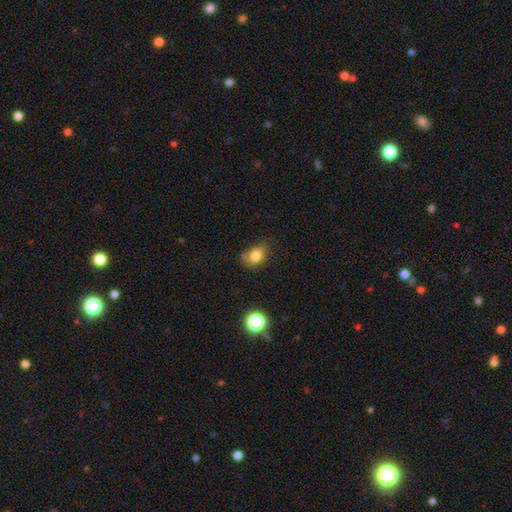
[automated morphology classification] The model was most divided on "merging": none: 53%, minor disturbance: 32%, major disturbance: 10%, merger: 5%. More confident: smooth or featured — smooth (80%); how rounded — in between (60%).